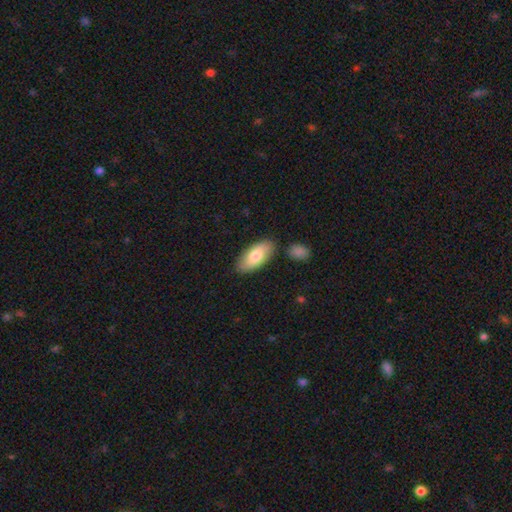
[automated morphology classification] Q: Smooth or featured?
A: smooth (77%); runner-up: featured or disk (17%)
Q: How rounded?
A: in between (90%); runner-up: cigar-shaped (8%)
Q: Merging?
A: none (80%); runner-up: minor disturbance (12%)